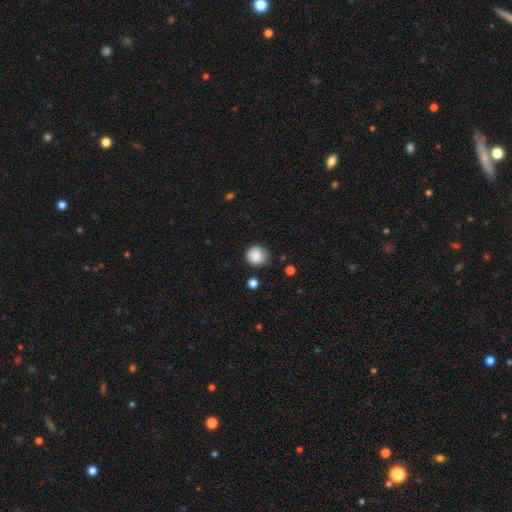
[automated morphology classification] This appears to be a smooth galaxy with no disk features (86%) that is round (89%). Merging: none (70%).